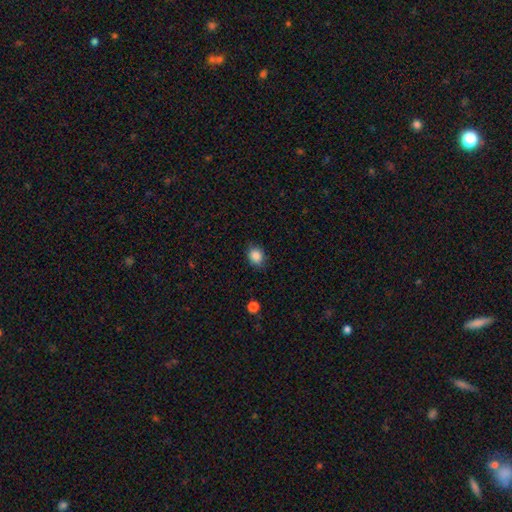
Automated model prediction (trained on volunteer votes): Q: Smooth or featured?
A: smooth (87%); runner-up: star or artifact (10%)
Q: How rounded?
A: round (61%); runner-up: in between (38%)
Q: Merging?
A: none (84%); runner-up: minor disturbance (12%)